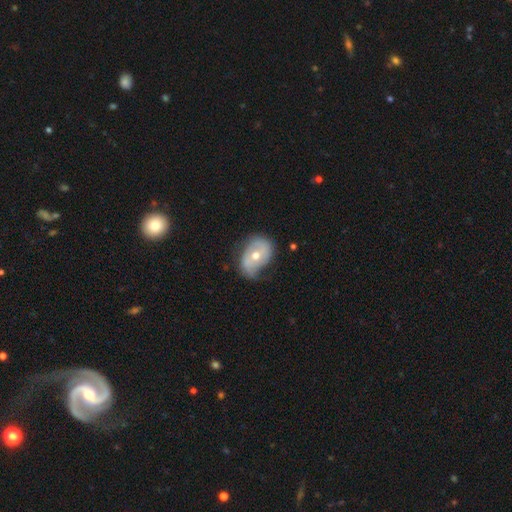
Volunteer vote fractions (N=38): This is likely a featured or disk galaxy (79%). It is clearly not viewed edge-on (100%). Bar: possibly weak (47%). Spiral arm pattern: clearly yes (83%). Spiral arm count: possibly 2 (52%). Spiral winding: marginally medium (44%). Central bulge: possibly moderate (53%). Merging: likely none (60%).